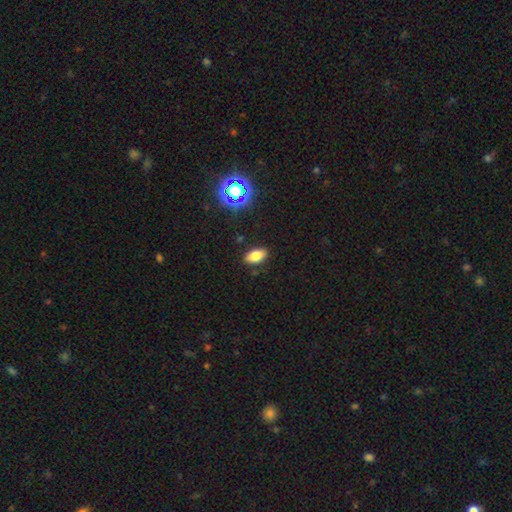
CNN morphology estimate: This appears to be a smooth galaxy with no disk features (77%) that is in between round and cigar-shaped (90%). Merging: none (88%).